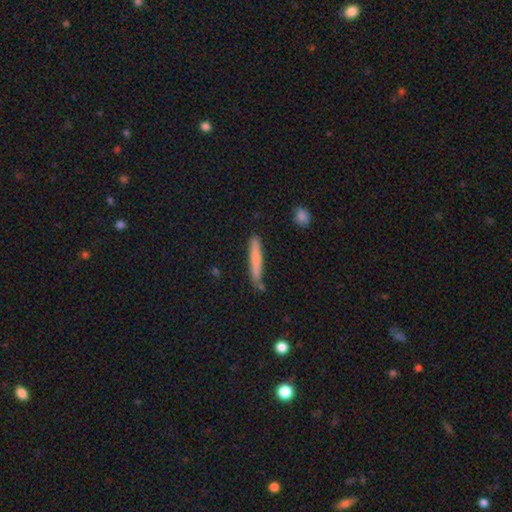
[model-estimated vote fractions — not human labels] Smooth or featured? smooth (71%)
How rounded? cigar-shaped (95%)
Merging? none (79%)